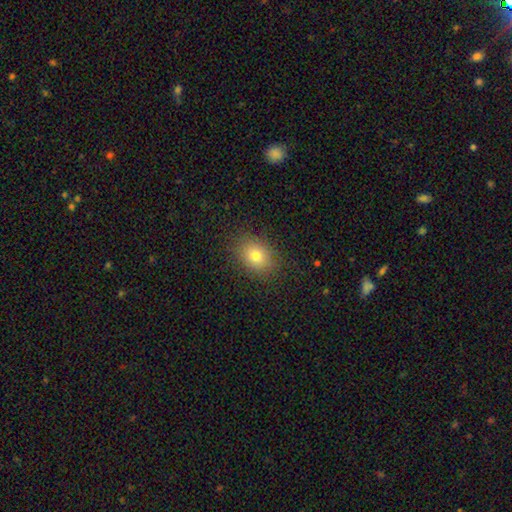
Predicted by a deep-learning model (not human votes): Q: Smooth or featured?
A: smooth (78%); runner-up: star or artifact (12%)
Q: How rounded?
A: in between (54%); runner-up: round (45%)
Q: Merging?
A: none (86%); runner-up: minor disturbance (9%)